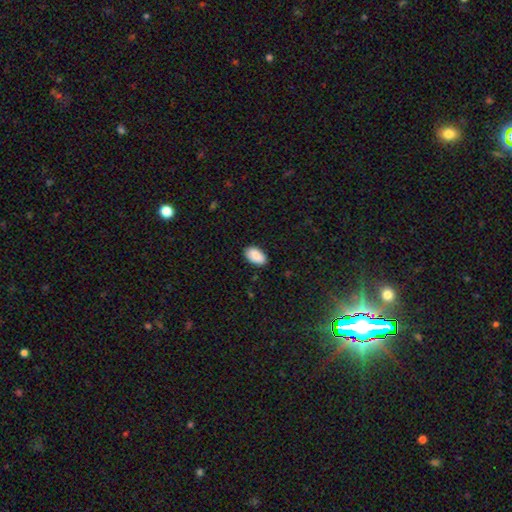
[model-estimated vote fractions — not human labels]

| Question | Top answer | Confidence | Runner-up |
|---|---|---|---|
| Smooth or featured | smooth | 90% | star or artifact (6%) |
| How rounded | in between | 95% | round (4%) |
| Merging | none | 86% | minor disturbance (11%) |